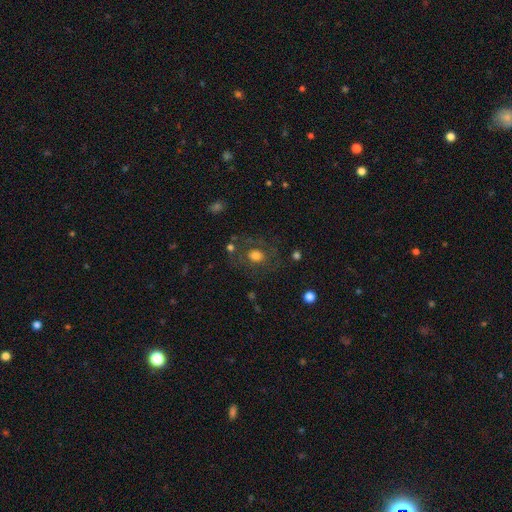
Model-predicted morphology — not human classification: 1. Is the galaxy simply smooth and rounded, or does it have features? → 52% smooth, 36% featured or disk, 13% star or artifact.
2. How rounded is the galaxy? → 70% round, 29% in between, 1% cigar-shaped.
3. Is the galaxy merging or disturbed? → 70% none, 15% minor disturbance, 12% major disturbance, 3% merger.